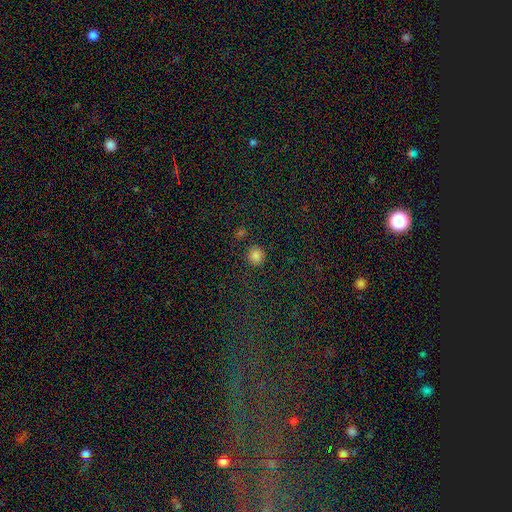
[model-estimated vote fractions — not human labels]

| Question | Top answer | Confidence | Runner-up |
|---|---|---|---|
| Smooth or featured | smooth | 82% | star or artifact (14%) |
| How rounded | round | 89% | in between (10%) |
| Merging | none | 85% | minor disturbance (8%) |